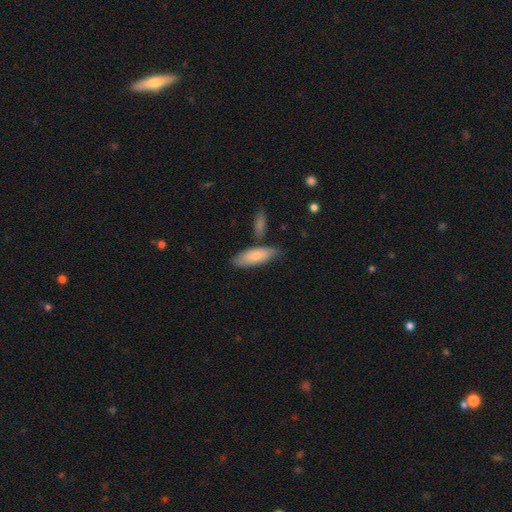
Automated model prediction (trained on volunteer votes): Smooth or featured: smooth — 78% (featured or disk — 17%)
How rounded: in between — 68% (cigar-shaped — 30%)
Merging: none — 68% (minor disturbance — 17%)